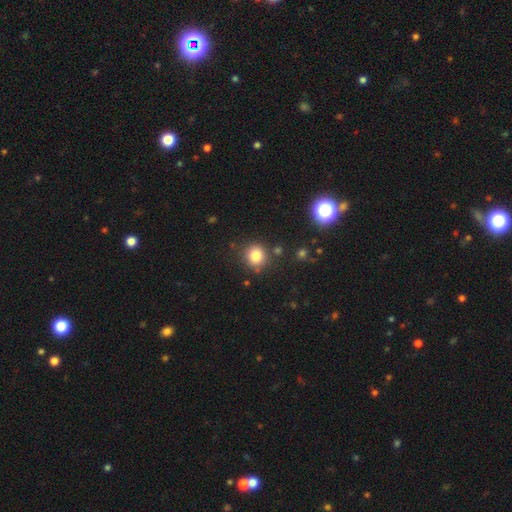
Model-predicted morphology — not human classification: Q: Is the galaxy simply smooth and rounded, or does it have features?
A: smooth — 81%.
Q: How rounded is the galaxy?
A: round — 86%.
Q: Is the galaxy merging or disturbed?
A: none — 82%.